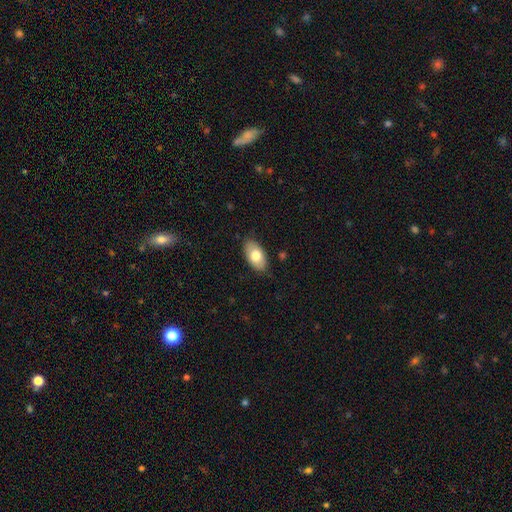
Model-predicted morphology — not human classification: A smooth galaxy with no disk features (75%) that is in between round and cigar-shaped (94%). Merging: none (82%).